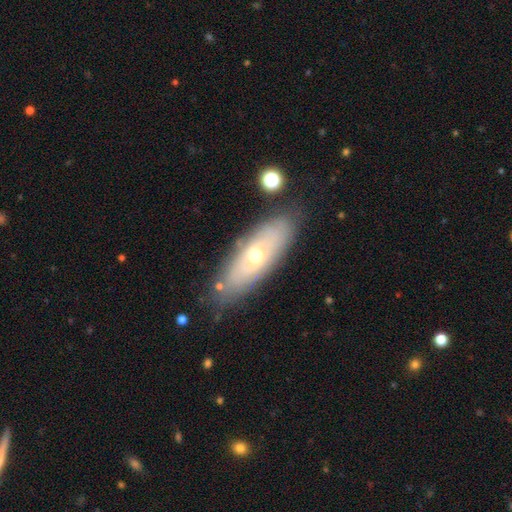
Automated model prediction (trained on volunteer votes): A featured or disk galaxy (61%). Merging: none (78%).